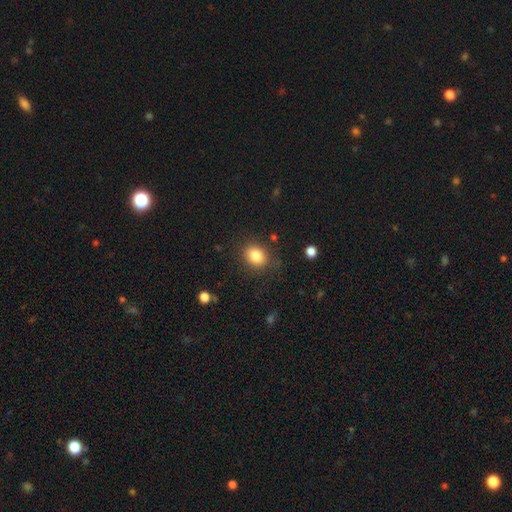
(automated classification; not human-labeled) Q: Smooth or featured?
A: smooth (84%); runner-up: star or artifact (10%)
Q: How rounded?
A: in between (50%); runner-up: round (49%)
Q: Merging?
A: none (82%); runner-up: minor disturbance (12%)